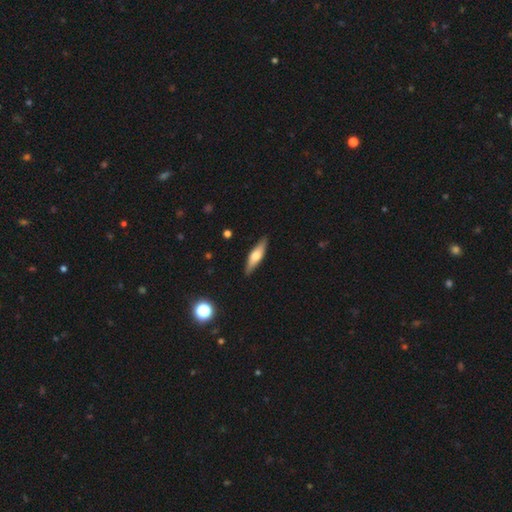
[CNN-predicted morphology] A smooth galaxy with no disk features (52%) that is cigar-shaped (67%). Merging: none (88%).